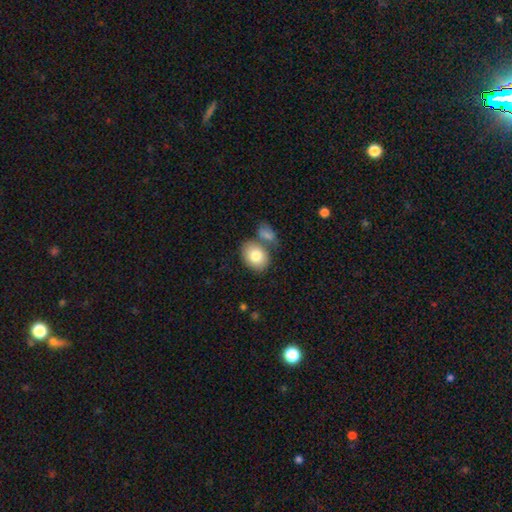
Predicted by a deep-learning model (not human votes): smooth 80%, featured or disk 13%, star or artifact 7%. Down the decision tree: how rounded — in between (67%); merging — none (56%).